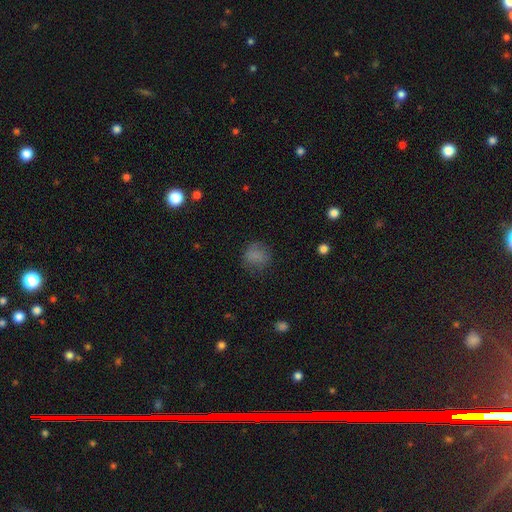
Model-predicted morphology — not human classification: Smooth or featured: smooth — 79% (star or artifact — 12%)
How rounded: round — 81% (in between — 18%)
Merging: none — 71% (minor disturbance — 19%)